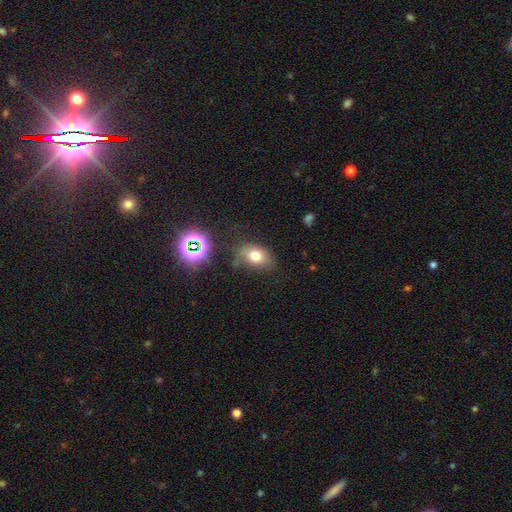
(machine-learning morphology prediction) Smooth or featured: smooth — 71% (star or artifact — 16%)
How rounded: in between — 73% (round — 26%)
Merging: none — 60% (minor disturbance — 24%)